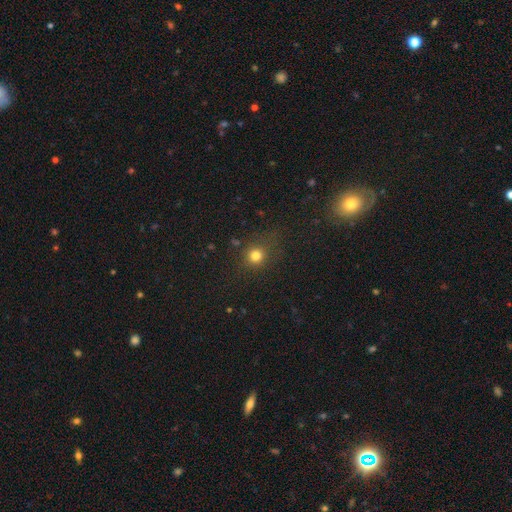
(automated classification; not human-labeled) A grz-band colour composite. It shows a smooth galaxy with no disk features (77%) that is round (86%). Merging: none (79%).